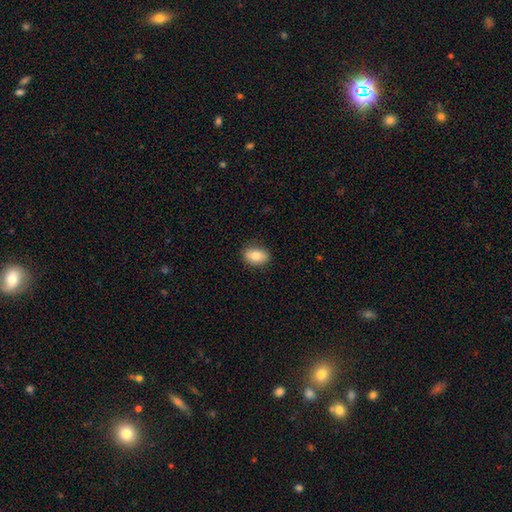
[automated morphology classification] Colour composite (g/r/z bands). It shows a smooth galaxy with no disk features (78%) that is in between round and cigar-shaped (82%). Merging: none (86%).